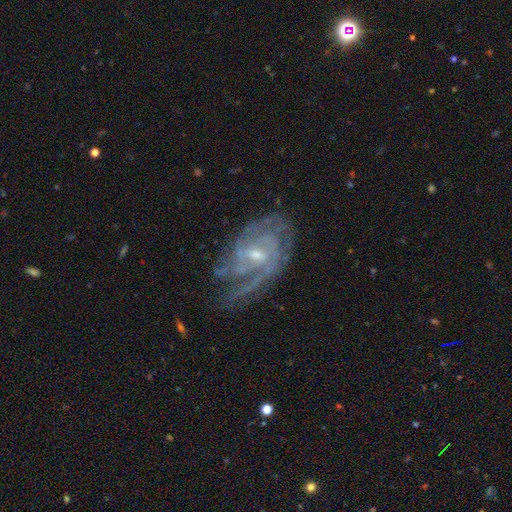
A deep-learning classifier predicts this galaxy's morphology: A featured or disk galaxy (83%) with a weak bar (49%), tight (55%) spiral arms (95%) and a small central bulge (57%). Merging: none (63%).